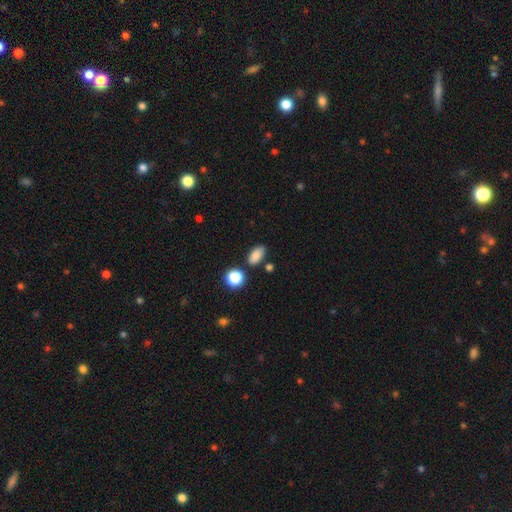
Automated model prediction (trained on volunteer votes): The model was most divided on "merging": none: 79%, minor disturbance: 13%, merger: 5%, major disturbance: 3%. More confident: how rounded — in between (87%); smooth or featured — smooth (85%).